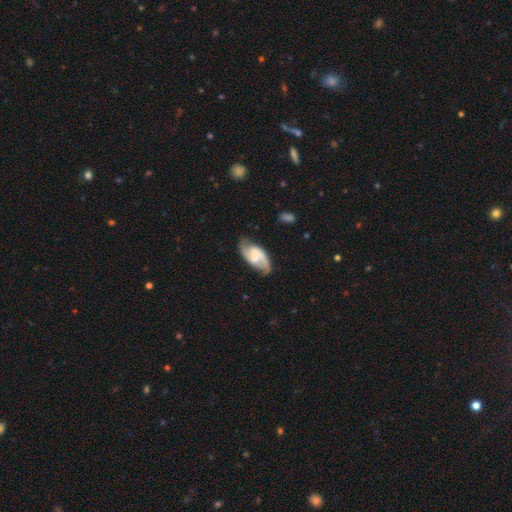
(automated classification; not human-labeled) The model was most divided on "bulge size" (2-way tie): none: 32%, small: 32%, moderate: 26%, large: 8%, dominant: 2%. Remaining: edge-on disk — no (96%); spiral arms — yes (94%); spiral arm count — 2 (88%); smooth or featured — featured or disk (79%); merging — none (71%); bar — weak (49%); spiral winding — medium (48%).